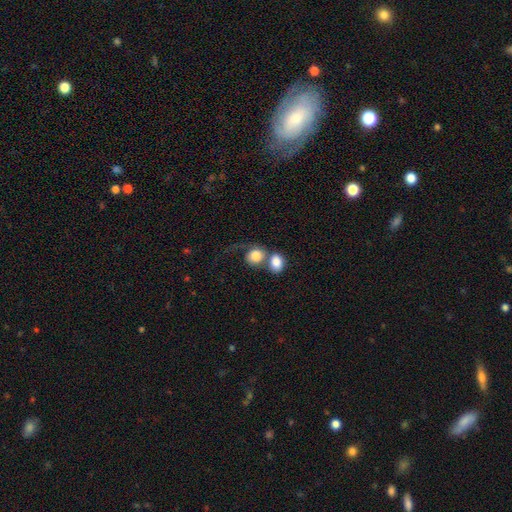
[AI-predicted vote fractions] smooth-or-featured: smooth: 79% | featured or disk: 13% | star or artifact: 7%
  how-rounded: round: 65% | in between: 34% | cigar-shaped: 1%
  merging: merger: 56% | none: 24% | major disturbance: 10% | minor disturbance: 9%